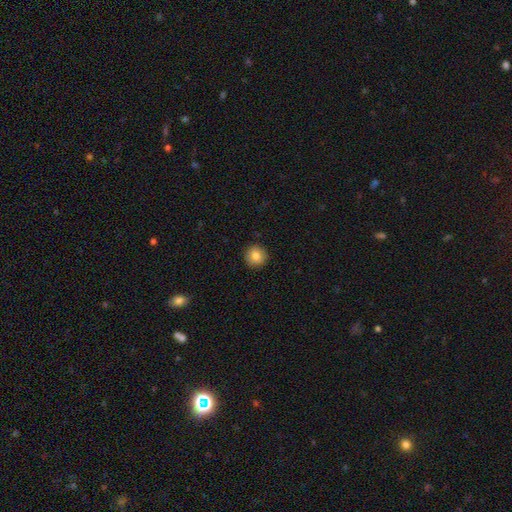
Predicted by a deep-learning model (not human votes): smooth 82%, featured or disk 9%, star or artifact 9%. Down the decision tree: how rounded — round (93%); merging — none (90%).